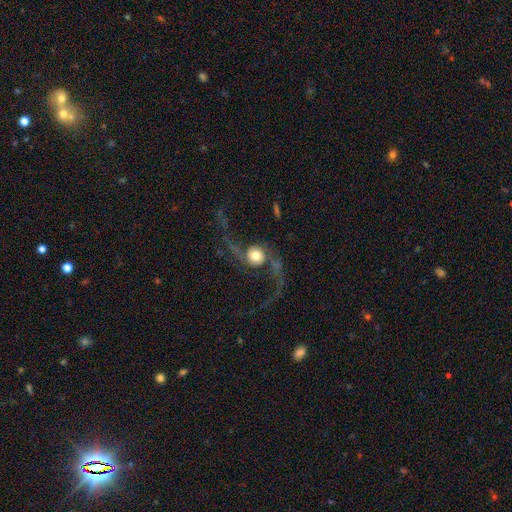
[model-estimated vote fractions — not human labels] This is likely a featured or disk galaxy (76%). It is clearly not viewed edge-on (91%). Bar: likely no (77%). Spiral arm pattern: clearly yes (90%). Spiral arm count: clearly 2 (88%). Spiral winding: clearly loose (87%). Central bulge: marginally moderate (41%). Merging: possibly none (52%).